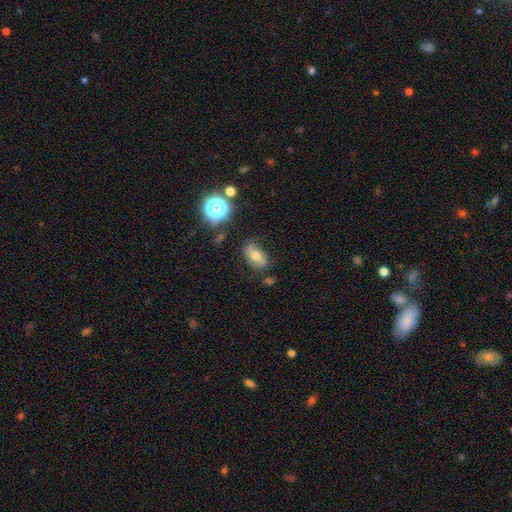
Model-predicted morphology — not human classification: smooth-or-featured: smooth: 54% | featured or disk: 32% | star or artifact: 13%
  how-rounded: in between: 86% | round: 10% | cigar-shaped: 4%
  merging: none: 68% | minor disturbance: 22% | major disturbance: 7% | merger: 3%